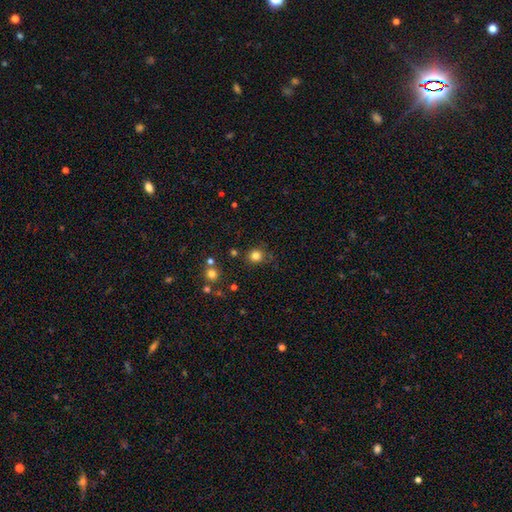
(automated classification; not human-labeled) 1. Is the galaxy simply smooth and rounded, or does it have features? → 81% smooth, 14% star or artifact, 5% featured or disk.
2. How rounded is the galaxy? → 87% round, 12% in between, 1% cigar-shaped.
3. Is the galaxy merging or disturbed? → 80% none, 13% minor disturbance, 4% merger, 4% major disturbance.